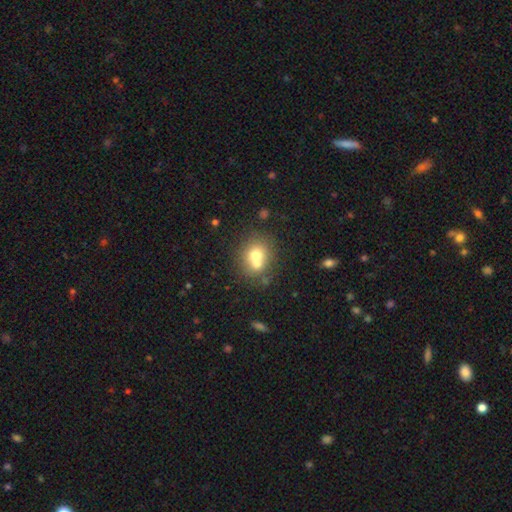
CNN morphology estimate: Overall: smooth (67%). How rounded: round (74%). Merging: merger (44%, tied with none).